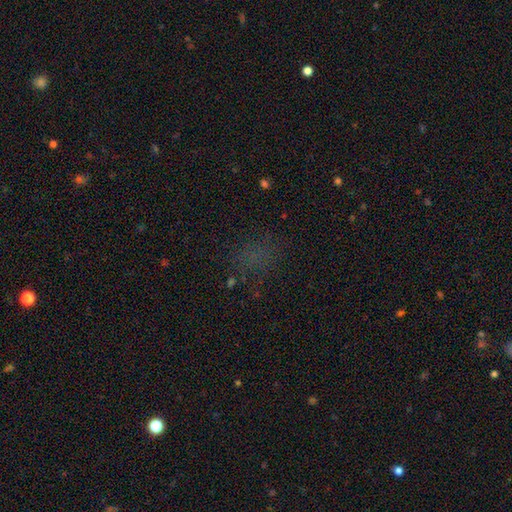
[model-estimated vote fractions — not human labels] Morphology: type=smooth (48%); merging=none (69%).